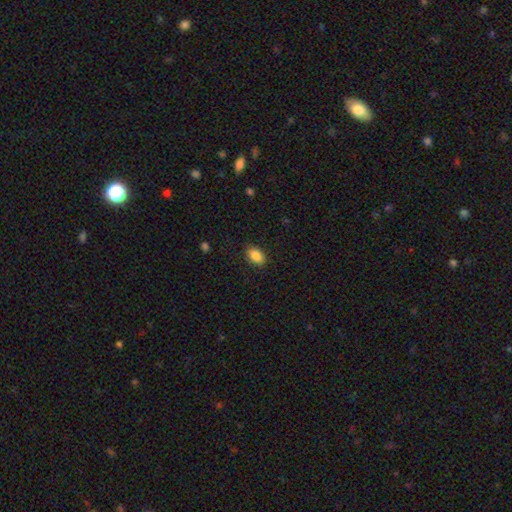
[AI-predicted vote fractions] smooth_or_featured: smooth (p=0.87) [alt: star or artifact p=0.08]
how_rounded: in between (p=0.88) [alt: round p=0.10]
merging: none (p=0.87) [alt: minor disturbance p=0.10]